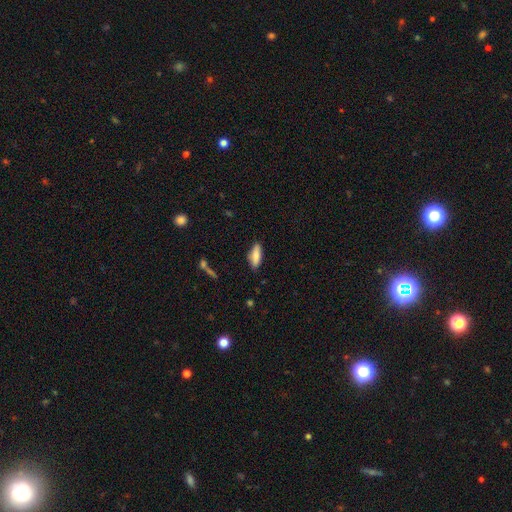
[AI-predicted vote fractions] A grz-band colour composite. It shows a smooth galaxy with no disk features (79%) that is in between round and cigar-shaped (62%). Merging: none (84%).